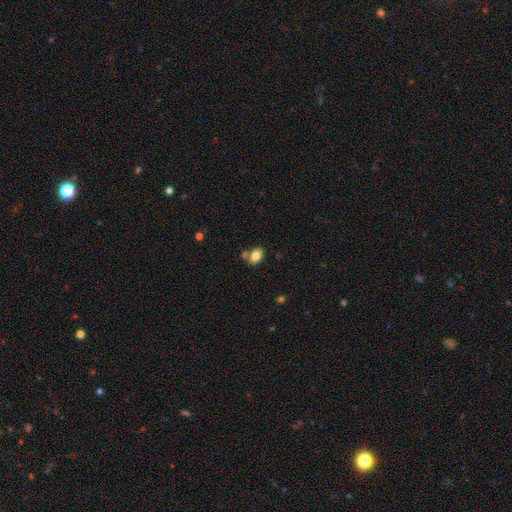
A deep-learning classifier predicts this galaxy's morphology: The model was most divided on "merging": none: 66%, merger: 18%, minor disturbance: 13%, major disturbance: 3%. More confident: smooth or featured — smooth (82%); how rounded — in between (81%).